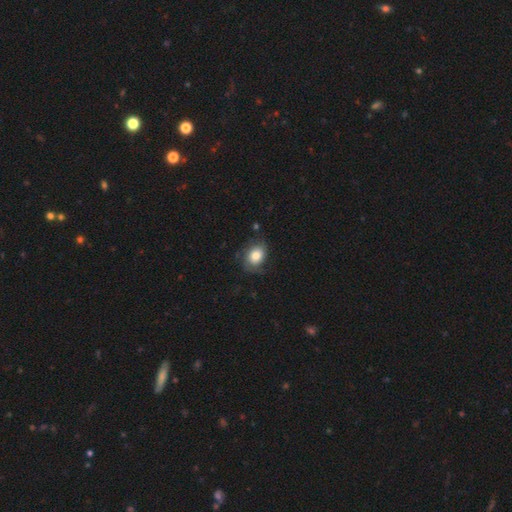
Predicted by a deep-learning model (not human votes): The model was most divided on "how rounded": in between: 62%, round: 37%, cigar-shaped: 1%. More confident: smooth or featured — smooth (74%); merging — none (63%).